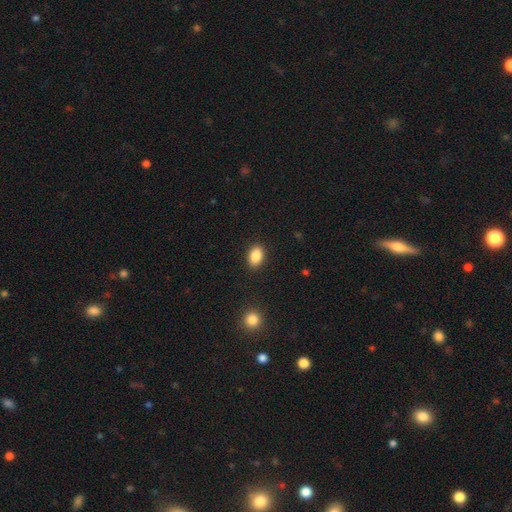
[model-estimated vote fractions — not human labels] smooth 87%, star or artifact 9%, featured or disk 5%. Down the decision tree: how rounded — in between (83%); merging — none (89%).